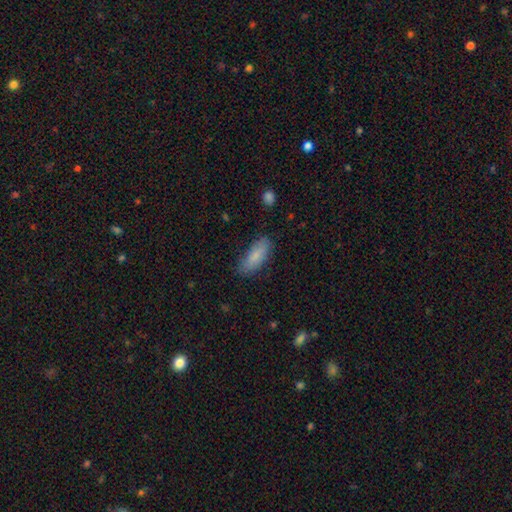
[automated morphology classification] Smooth or featured? smooth (80%)
How rounded? in between (73%)
Merging? none (80%)